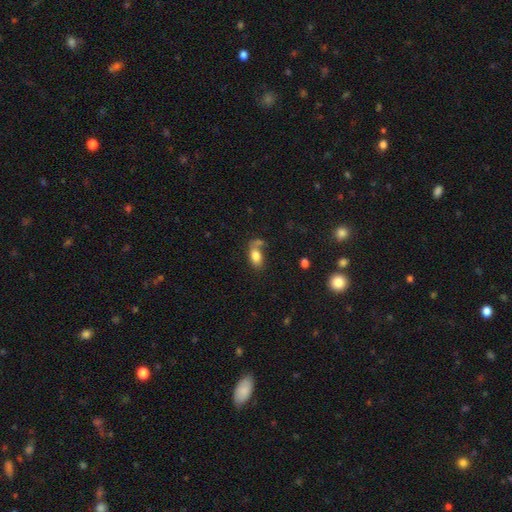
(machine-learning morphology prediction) smooth 80%, featured or disk 11%, star or artifact 9%. Down the decision tree: how rounded — in between (88%); merging — none (45%).